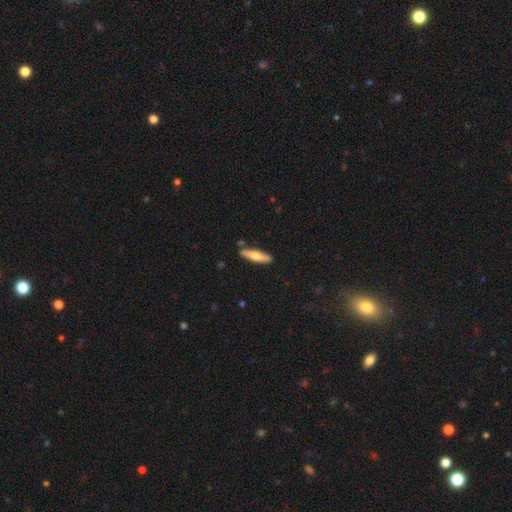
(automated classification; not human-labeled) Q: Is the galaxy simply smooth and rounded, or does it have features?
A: smooth — 60%.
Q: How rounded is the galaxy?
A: cigar-shaped — 74%.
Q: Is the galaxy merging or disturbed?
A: none — 85%.